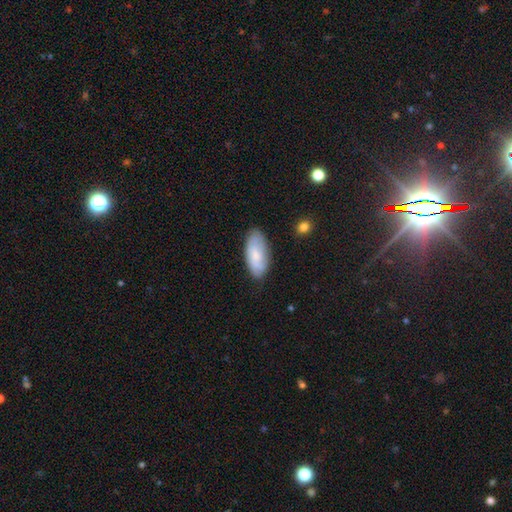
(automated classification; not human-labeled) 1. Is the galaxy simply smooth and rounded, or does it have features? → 70% smooth, 24% featured or disk, 6% star or artifact.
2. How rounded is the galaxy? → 90% in between, 8% cigar-shaped, 2% round.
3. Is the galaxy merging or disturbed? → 76% none, 19% minor disturbance, 4% major disturbance, 1% merger.